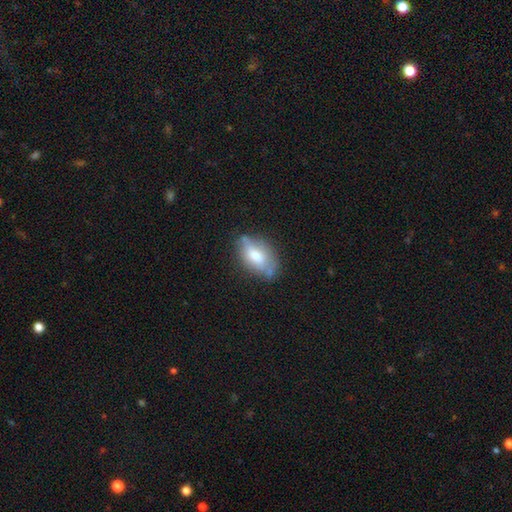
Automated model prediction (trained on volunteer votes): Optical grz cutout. It shows a smooth galaxy with no disk features (57%) that is in between round and cigar-shaped (88%). Merging: none (60%).